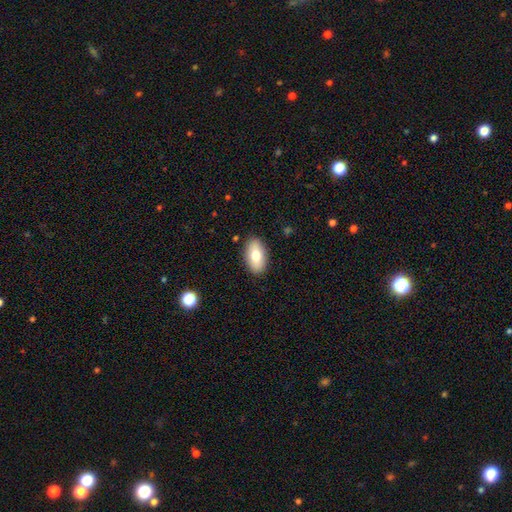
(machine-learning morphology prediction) Smooth or featured?
  - smooth: 76% *
  - featured or disk: 18%
  - star or artifact: 7%
How rounded?
  - in between: 93% *
  - round: 4%
  - cigar-shaped: 2%
Merging?
  - none: 88% *
  - minor disturbance: 9%
  - major disturbance: 2%
  - merger: 1%